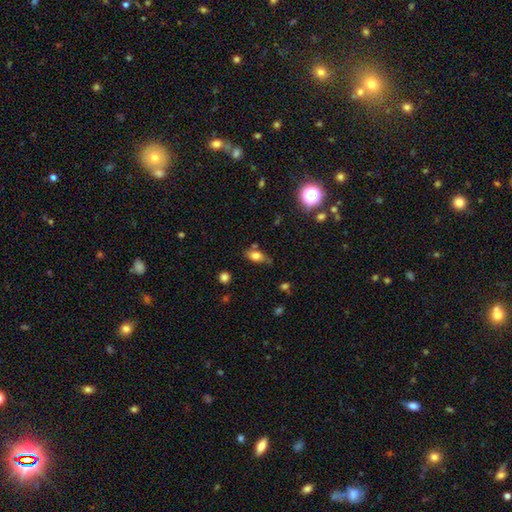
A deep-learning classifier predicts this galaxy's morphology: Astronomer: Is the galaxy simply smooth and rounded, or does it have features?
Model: smooth — 76%.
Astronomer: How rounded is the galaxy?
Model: in between — 83%.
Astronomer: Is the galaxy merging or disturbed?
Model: none — 58%.